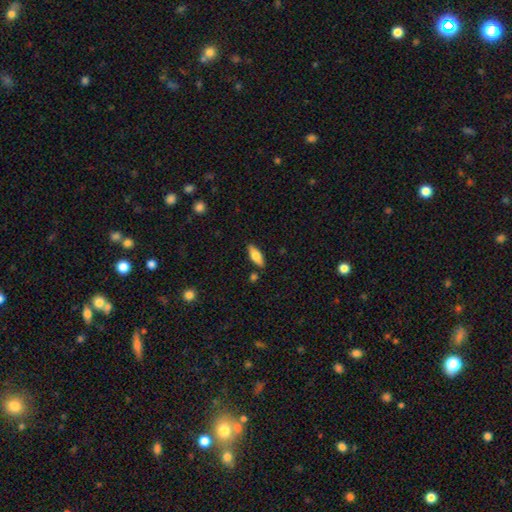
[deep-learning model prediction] Smooth or featured?
  - smooth: 69% *
  - featured or disk: 25%
  - star or artifact: 6%
How rounded?
  - in between: 69% *
  - cigar-shaped: 28%
  - round: 2%
Merging?
  - none: 84% *
  - minor disturbance: 11%
  - merger: 4%
  - major disturbance: 2%